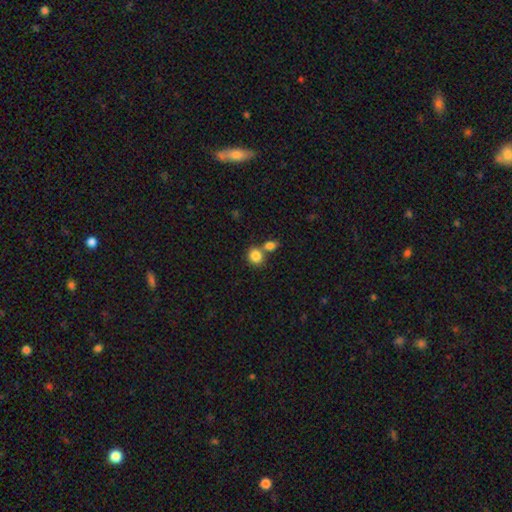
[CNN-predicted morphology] Overall: smooth (85%). How rounded: round (74%). Merging: none (51%; merger 38%).